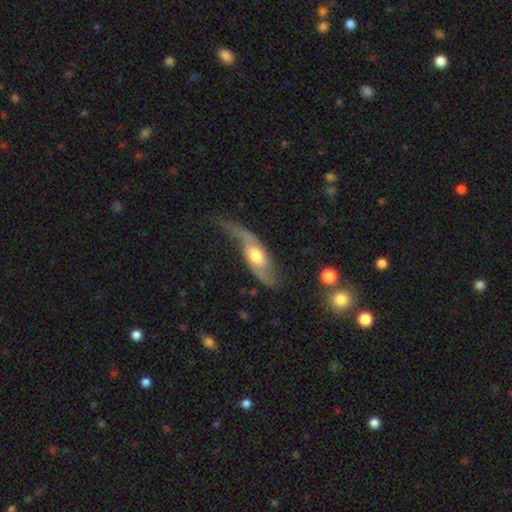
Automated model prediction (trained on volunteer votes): This appears to be a featured or disk galaxy (74%) with no bar (59%), 2 (84%) loose (67%) spiral arms (89%) and a moderate central bulge (62%). Merging: none (44%).